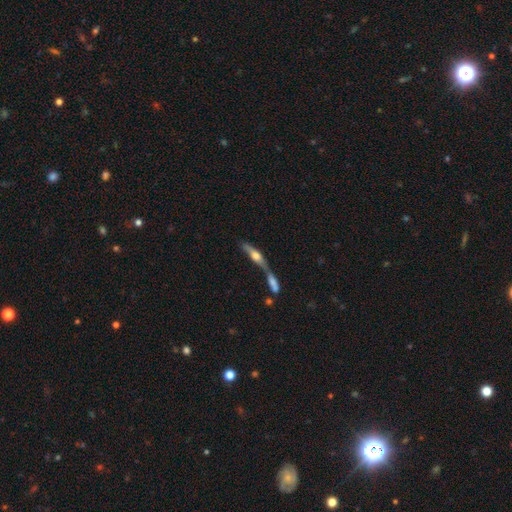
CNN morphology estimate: Q: Smooth or featured?
A: featured or disk (54%); runner-up: smooth (38%)
Q: Edge-on disk?
A: yes (84%); runner-up: no (16%)
Q: Merging?
A: merger (55%); runner-up: none (31%)